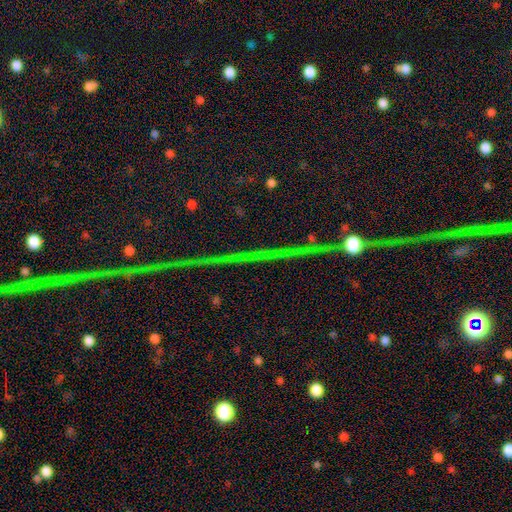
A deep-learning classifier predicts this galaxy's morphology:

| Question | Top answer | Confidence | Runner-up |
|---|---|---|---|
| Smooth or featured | star or artifact | 82% | featured or disk (11%) |